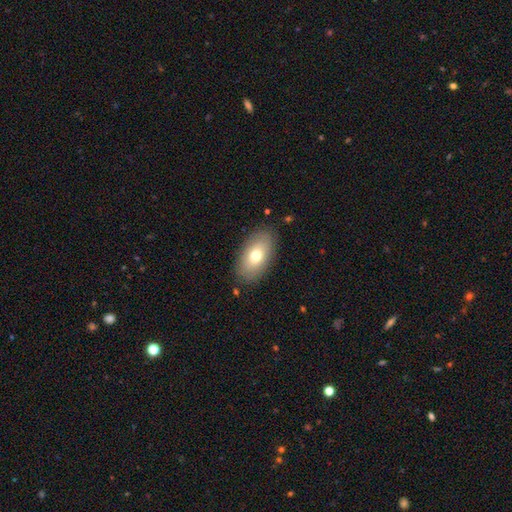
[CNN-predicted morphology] smooth_or_featured: smooth (p=0.72) [alt: featured or disk p=0.21]
how_rounded: in between (p=0.93) [alt: round p=0.05]
merging: none (p=0.85) [alt: minor disturbance p=0.11]